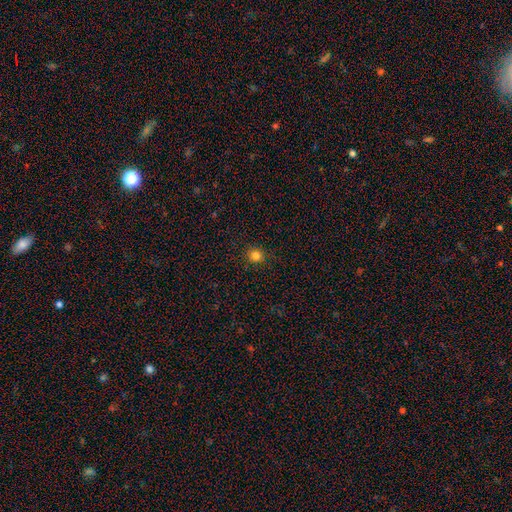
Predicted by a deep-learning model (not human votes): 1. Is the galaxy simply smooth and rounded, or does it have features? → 82% smooth, 14% star or artifact, 4% featured or disk.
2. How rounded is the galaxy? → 89% round, 10% in between, 1% cigar-shaped.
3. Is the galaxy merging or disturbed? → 91% none, 6% minor disturbance, 2% major disturbance, 1% merger.